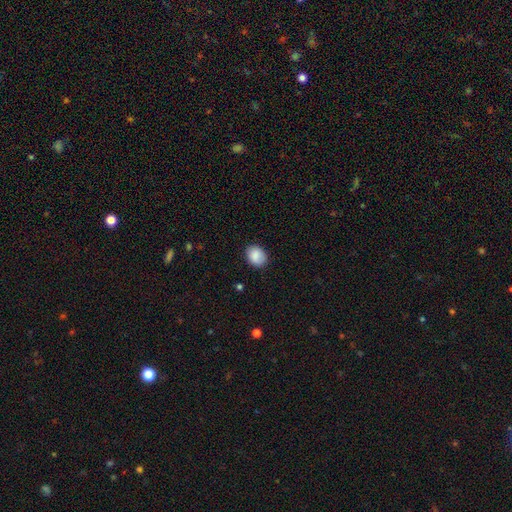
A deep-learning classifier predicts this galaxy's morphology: Smooth or featured? Predicted: smooth (p=0.87). How rounded? Predicted: in between (p=0.54). Merging? Predicted: none (p=0.83).